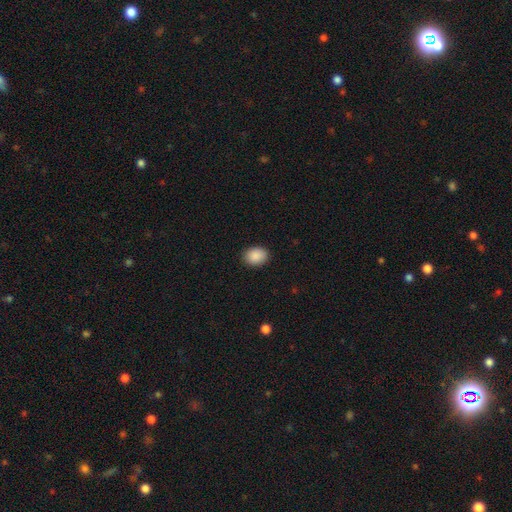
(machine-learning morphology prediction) A smooth galaxy with no disk features (90%) that is in between round and cigar-shaped (59%).

Vote fractions:
- Smooth or featured? smooth: 90% / star or artifact: 7% / featured or disk: 3%
- How rounded? in between: 59% / round: 40% / cigar-shaped: 1%
- Merging? none: 89% / minor disturbance: 8% / major disturbance: 2% / merger: 1%